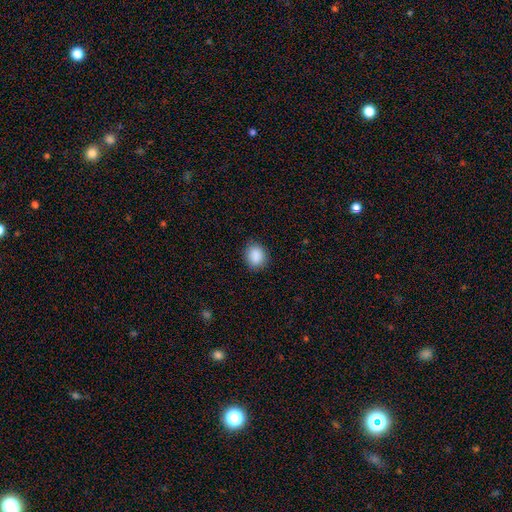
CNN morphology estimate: smooth_or_featured: smooth (p=0.89) [alt: star or artifact p=0.08]
how_rounded: round (p=0.55) [alt: in between p=0.44]
merging: none (p=0.86) [alt: minor disturbance p=0.10]